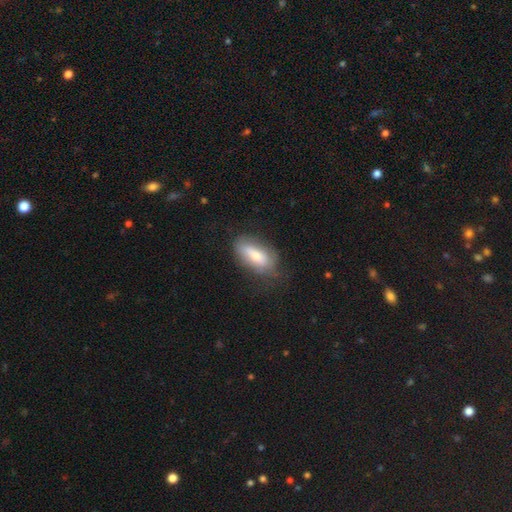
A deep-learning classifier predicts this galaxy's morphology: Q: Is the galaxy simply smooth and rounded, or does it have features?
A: smooth — 67%.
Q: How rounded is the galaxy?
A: in between — 84%.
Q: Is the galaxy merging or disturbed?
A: none — 65%.